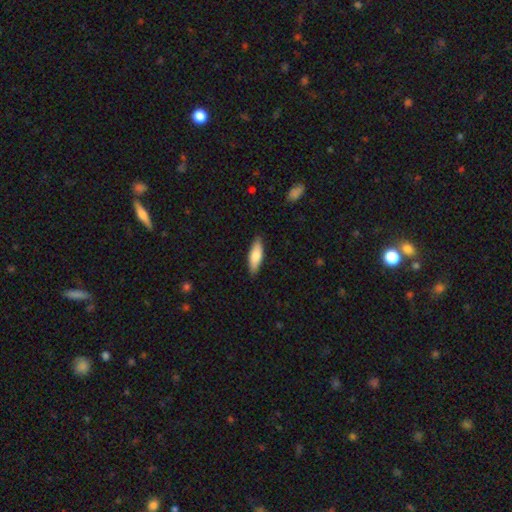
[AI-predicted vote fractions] Q: Smooth or featured?
A: smooth (74%); runner-up: featured or disk (20%)
Q: How rounded?
A: in between (52%); runner-up: cigar-shaped (46%)
Q: Merging?
A: none (86%); runner-up: minor disturbance (11%)